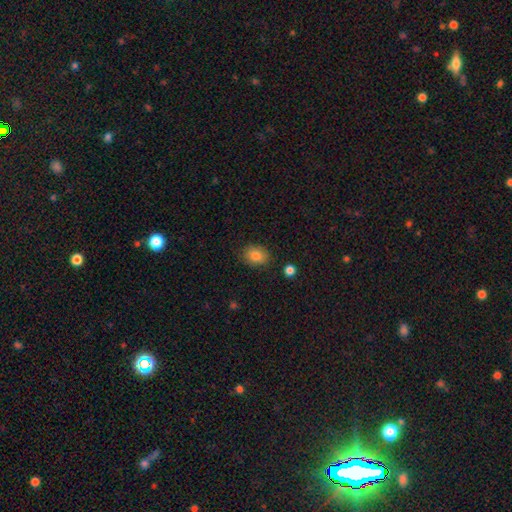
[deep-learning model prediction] A smooth galaxy with no disk features (83%) that is in between round and cigar-shaped (56%). Merging: none (84%).